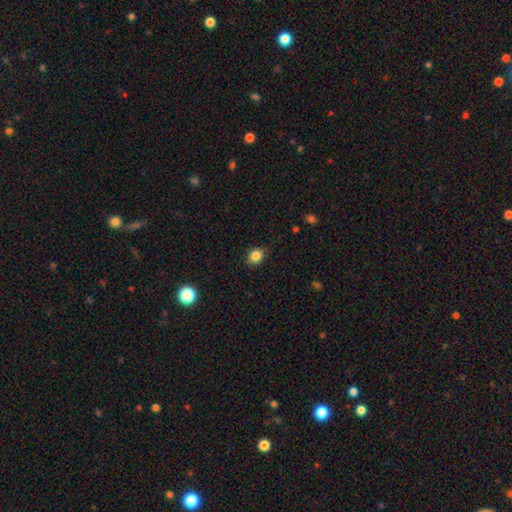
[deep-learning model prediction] smooth-or-featured: smooth: 84% | star or artifact: 11% | featured or disk: 5%
  how-rounded: round: 64% | in between: 35% | cigar-shaped: 1%
  merging: none: 86% | minor disturbance: 11% | major disturbance: 2% | merger: 1%